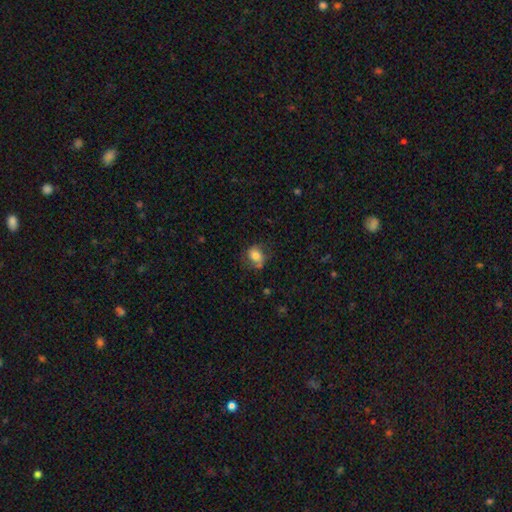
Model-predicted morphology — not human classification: A smooth galaxy with no disk features (73%) that is round (56%). Merging: none (59%).